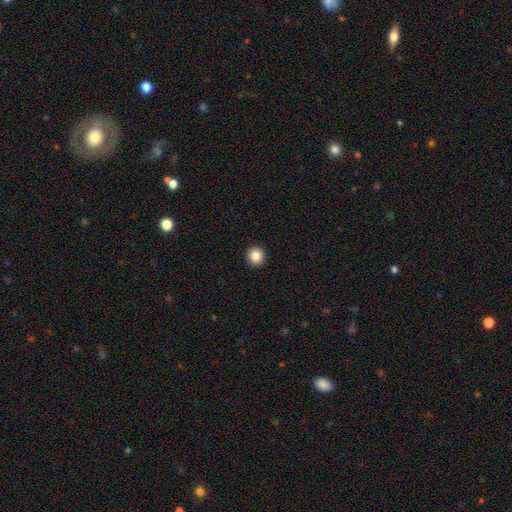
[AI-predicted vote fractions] Smooth or featured? smooth (85%)
How rounded? round (91%)
Merging? none (93%)